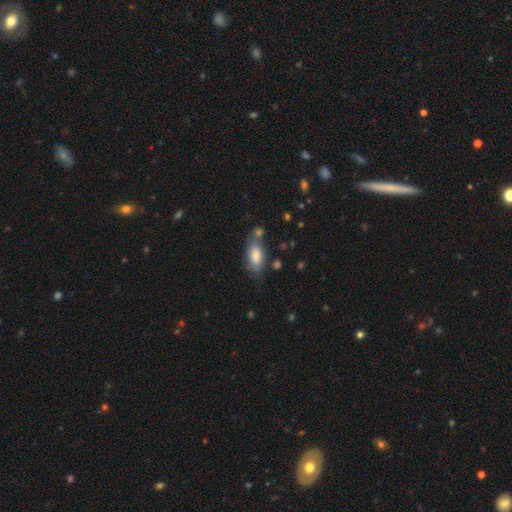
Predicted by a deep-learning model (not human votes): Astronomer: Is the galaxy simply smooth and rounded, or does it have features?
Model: smooth — 81%.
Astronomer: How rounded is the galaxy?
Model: in between — 87%.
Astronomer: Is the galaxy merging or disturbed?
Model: none — 58%.